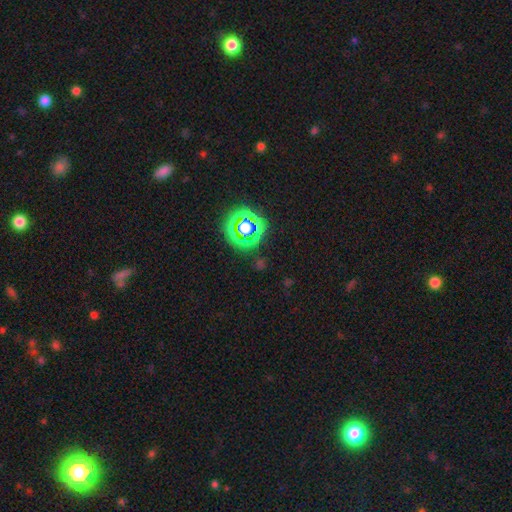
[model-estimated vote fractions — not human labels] This is likely a star or artifact rather than a galaxy (74%).